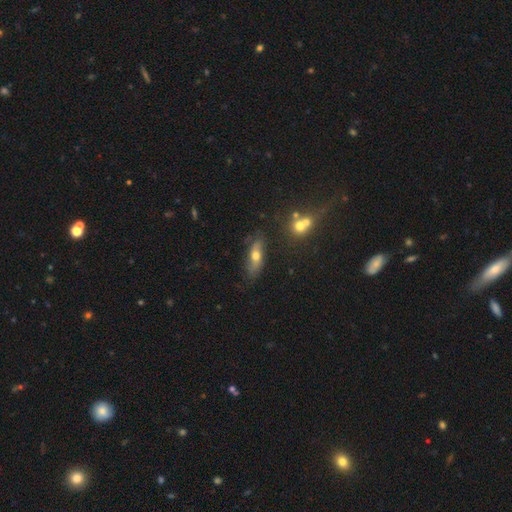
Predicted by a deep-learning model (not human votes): Morphology: type=smooth (49%); merging=none (70%).